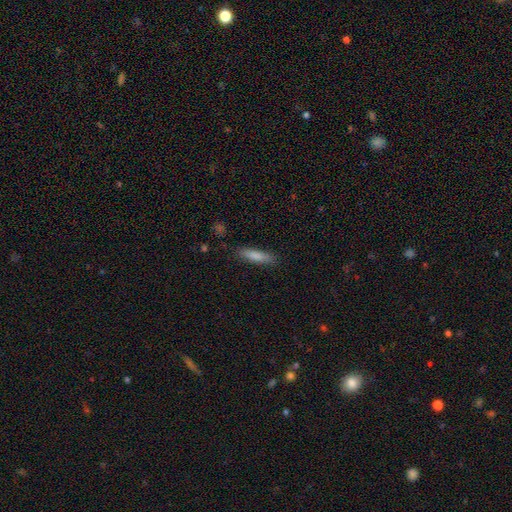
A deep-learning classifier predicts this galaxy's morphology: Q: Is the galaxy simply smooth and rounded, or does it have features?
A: smooth — 81%.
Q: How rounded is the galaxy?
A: cigar-shaped — 78%.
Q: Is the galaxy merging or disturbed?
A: none — 86%.